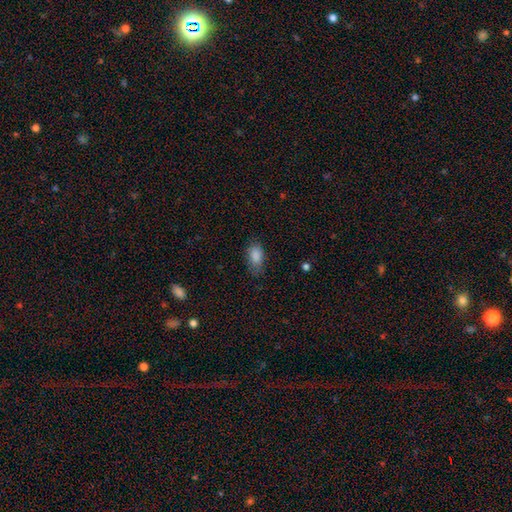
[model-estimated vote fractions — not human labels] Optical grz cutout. It shows a smooth galaxy with no disk features (86%) that is in between round and cigar-shaped (91%). Merging: none (65%).